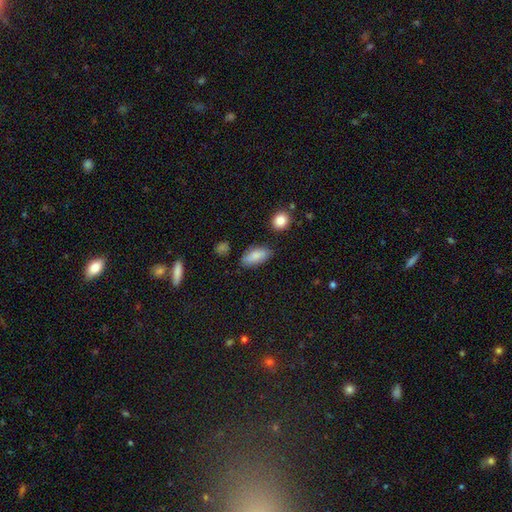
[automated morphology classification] type=smooth (84%); roundness=in between (88%); merging=none (76%).